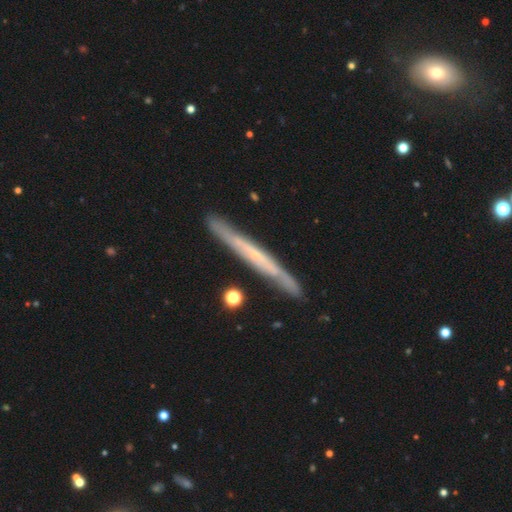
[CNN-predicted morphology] smooth-or-featured: featured or disk: 68% | smooth: 26% | star or artifact: 6%
  disk-edge-on: yes: 90% | no: 10%
    edge-on-bulge: none: 71% | rounded: 25% | boxy: 4%
  merging: none: 85% | minor disturbance: 11% | merger: 2% | major disturbance: 2%